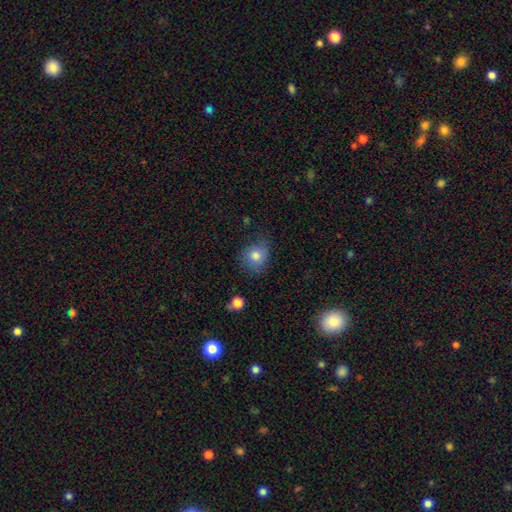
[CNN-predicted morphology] A smooth galaxy with no disk features (80%) that is round (73%). Merging: none (67%).